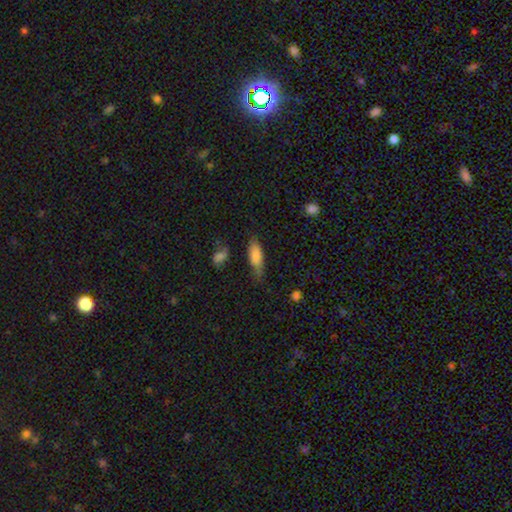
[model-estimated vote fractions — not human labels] Smooth or featured? Predicted: smooth (p=0.81). How rounded? Predicted: in between (p=0.63). Merging? Predicted: none (p=0.61).